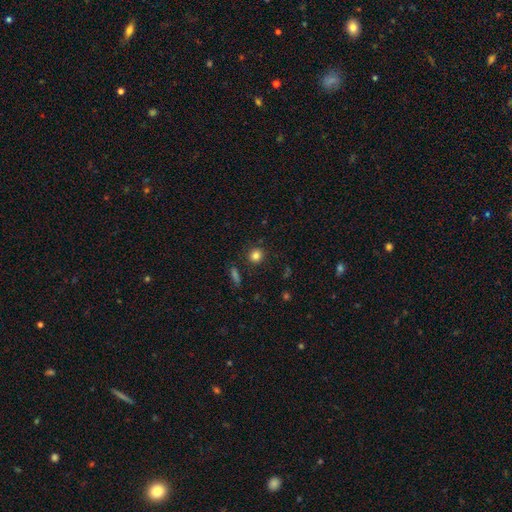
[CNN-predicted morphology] Smooth or featured? Predicted: smooth (p=0.82). How rounded? Predicted: round (p=0.88). Merging? Predicted: none (p=0.87).